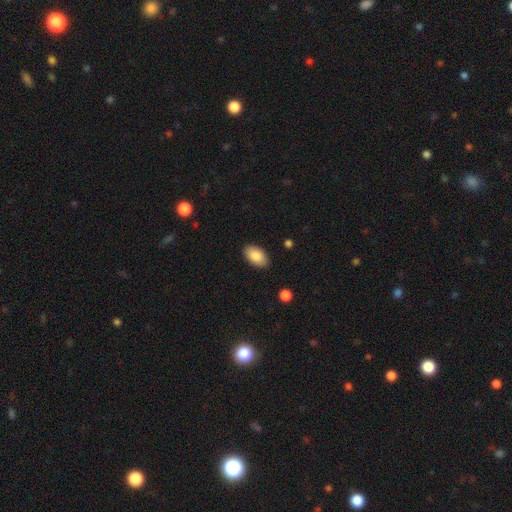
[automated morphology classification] type=smooth (86%); roundness=in between (94%); merging=none (88%).